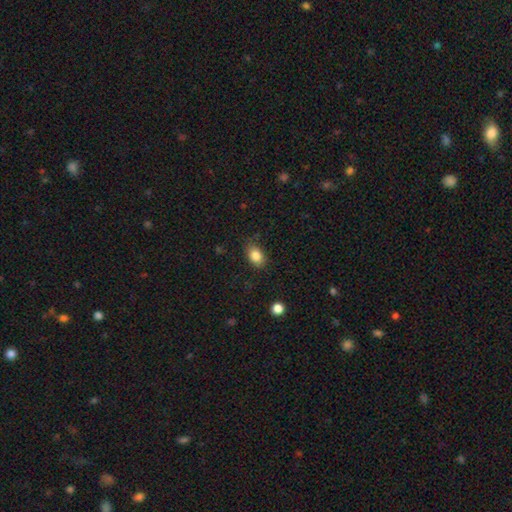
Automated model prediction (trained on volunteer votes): A smooth galaxy with no disk features (85%) that is in between round and cigar-shaped (79%). Merging: none (77%).